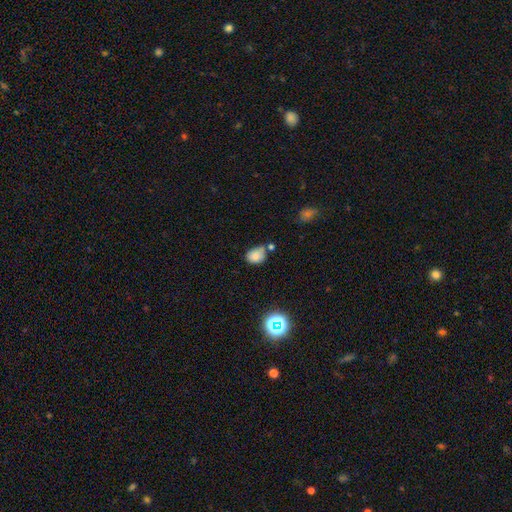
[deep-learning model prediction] smooth 79%, star or artifact 13%, featured or disk 9%. Down the decision tree: how rounded — in between (60%); merging — none (49%).